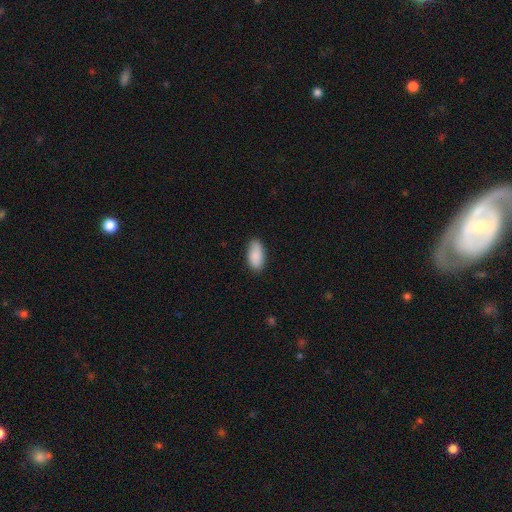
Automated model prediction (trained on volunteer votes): This is clearly a smooth galaxy (89%). How rounded: clearly in between (92%). Merging: clearly none (85%).